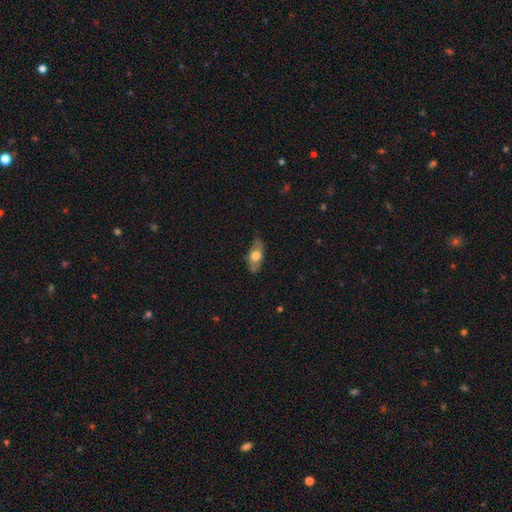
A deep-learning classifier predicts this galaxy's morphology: Smooth or featured?
  - smooth: 59% *
  - featured or disk: 34%
  - star or artifact: 6%
How rounded?
  - in between: 85% *
  - cigar-shaped: 10%
  - round: 5%
Merging?
  - none: 76% *
  - minor disturbance: 20%
  - major disturbance: 4%
  - merger: 1%